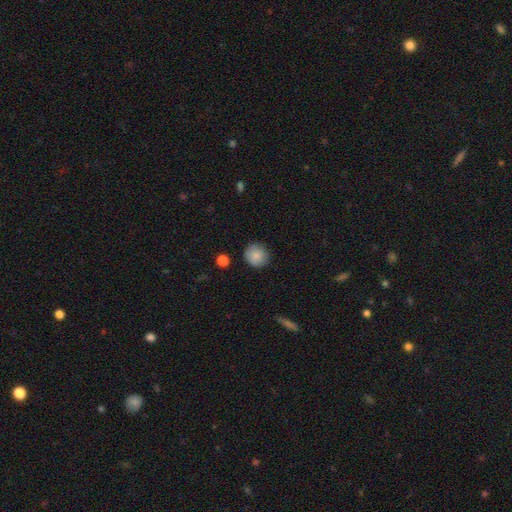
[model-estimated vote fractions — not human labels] Smooth or featured?
  - smooth: 87% *
  - star or artifact: 8%
  - featured or disk: 5%
How rounded?
  - round: 90% *
  - in between: 9%
  - cigar-shaped: 1%
Merging?
  - none: 86% *
  - minor disturbance: 11%
  - major disturbance: 2%
  - merger: 1%